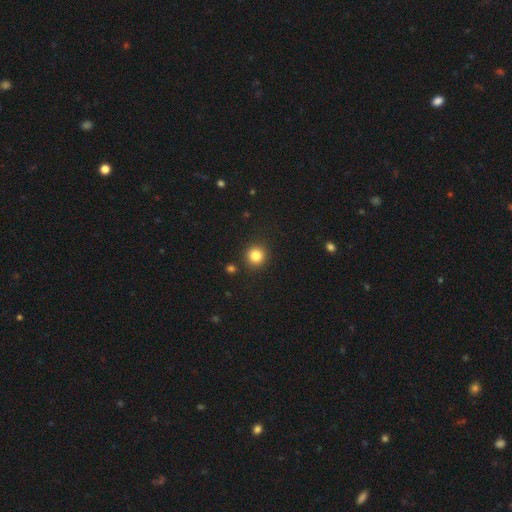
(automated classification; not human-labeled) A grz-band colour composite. It shows a smooth galaxy with no disk features (83%) that is round (93%). Merging: none (90%).